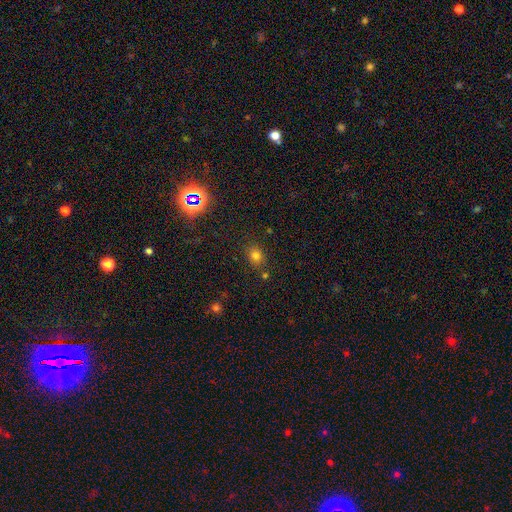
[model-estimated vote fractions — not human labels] Smooth or featured? smooth (73%)
How rounded? round (61%)
Merging? none (78%)